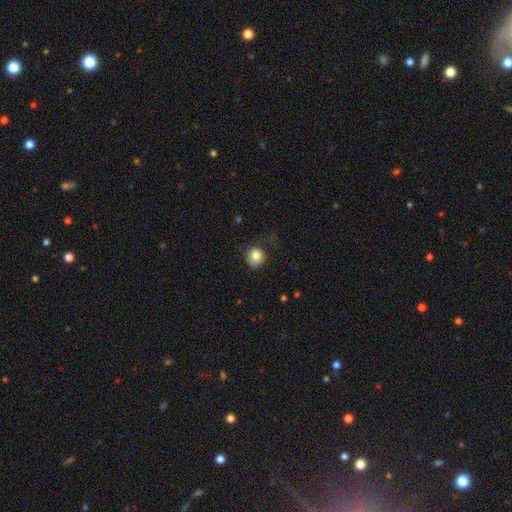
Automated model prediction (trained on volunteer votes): Smooth or featured? Predicted: smooth (p=0.83). How rounded? Predicted: round (p=0.88). Merging? Predicted: none (p=0.66).